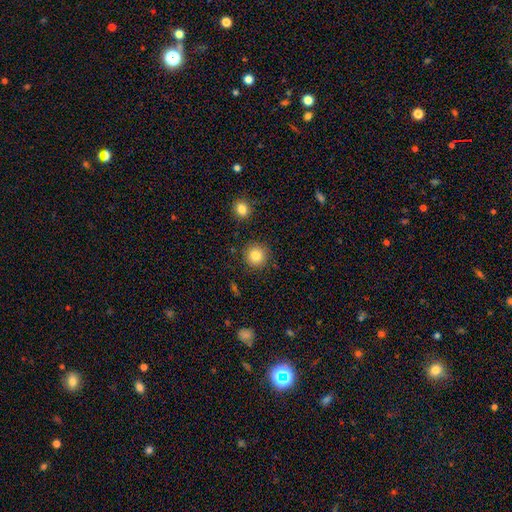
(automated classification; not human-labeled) Q: Smooth or featured?
A: smooth (85%); runner-up: star or artifact (10%)
Q: How rounded?
A: round (94%); runner-up: in between (6%)
Q: Merging?
A: none (88%); runner-up: minor disturbance (7%)